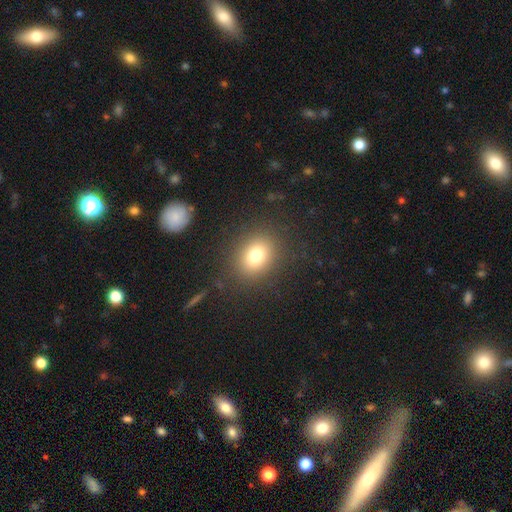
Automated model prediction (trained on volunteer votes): Overall: smooth (78%). How rounded: in between (50%; round 49%). Merging: none (85%).